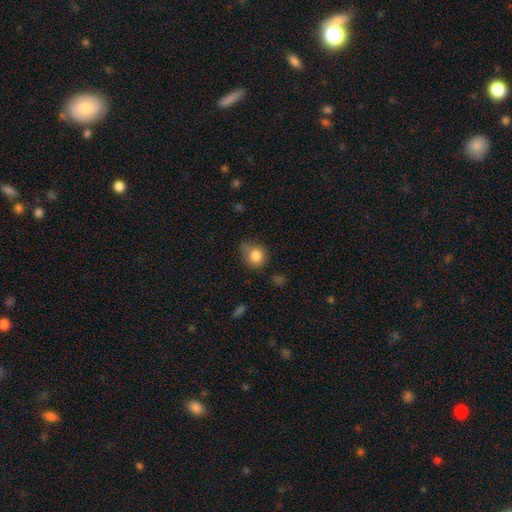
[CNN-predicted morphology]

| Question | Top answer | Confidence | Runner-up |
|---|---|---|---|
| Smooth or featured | smooth | 84% | star or artifact (10%) |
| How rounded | round | 76% | in between (23%) |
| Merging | none | 55% | minor disturbance (30%) |